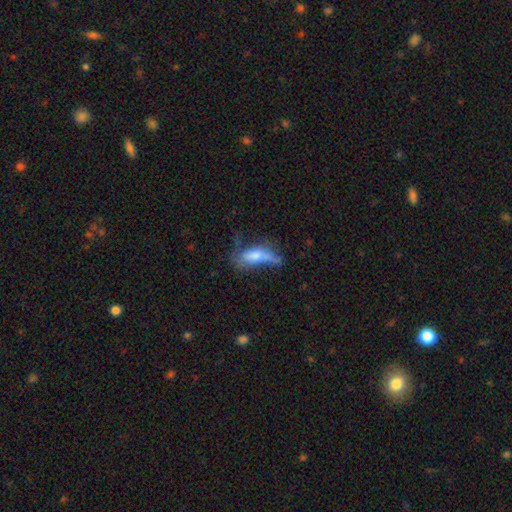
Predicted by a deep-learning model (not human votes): This is possibly a smooth galaxy (56%). How rounded: possibly in between (58%). Merging: marginally major disturbance (36%).